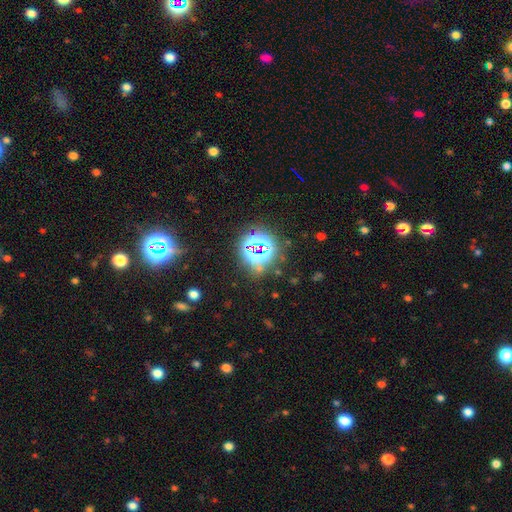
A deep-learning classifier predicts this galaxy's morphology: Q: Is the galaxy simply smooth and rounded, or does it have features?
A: star or artifact — 77%.